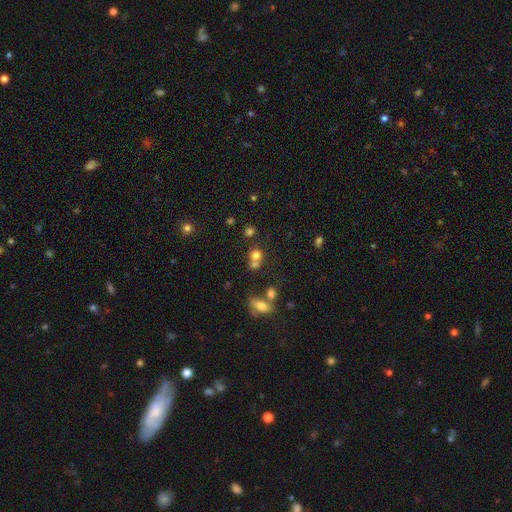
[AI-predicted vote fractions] This is likely a smooth galaxy (73%). How rounded: clearly round (82%). Merging: marginally none (44%, tied with merger).